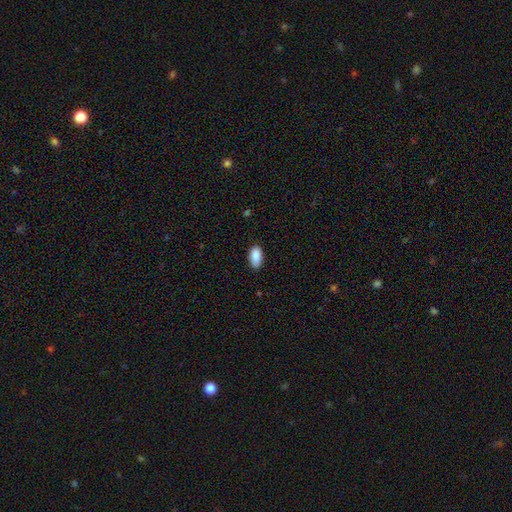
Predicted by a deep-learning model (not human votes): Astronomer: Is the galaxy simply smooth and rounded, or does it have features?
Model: smooth — 90%.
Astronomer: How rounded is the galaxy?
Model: in between — 94%.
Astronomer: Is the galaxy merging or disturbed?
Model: none — 83%.